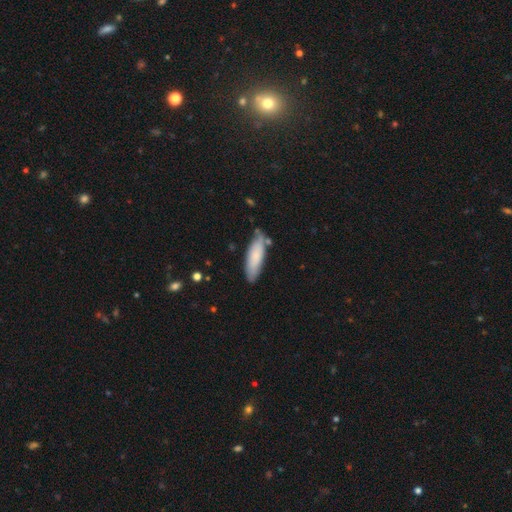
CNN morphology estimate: This is likely a smooth galaxy (76%). How rounded: possibly cigar-shaped (50%). Merging: likely none (71%).